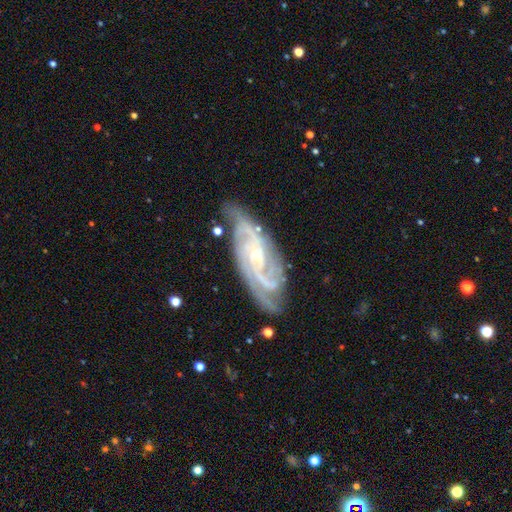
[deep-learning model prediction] Smooth or featured?
  - featured or disk: 90% *
  - star or artifact: 5%
  - smooth: 5%
Edge-on disk?
  - no: 93% *
  - yes: 7%
Bar?
  - no: 62% *
  - weak: 28%
  - strong: 10%
Spiral arms?
  - yes: 98% *
  - no: 2%
Spiral winding?
  - tight: 58% *
  - medium: 36%
  - loose: 7%
Spiral arm count?
  - 3: 33% *
  - 2: 21%
  - 4: 21%
  - can't tell: 15%
  - more than 4: 6%
  - 1: 5%
Bulge size?
  - small: 74% *
  - moderate: 23%
  - none: 1%
  - large: 1%
  - dominant: 1%
Merging?
  - none: 75% *
  - minor disturbance: 18%
  - major disturbance: 5%
  - merger: 2%